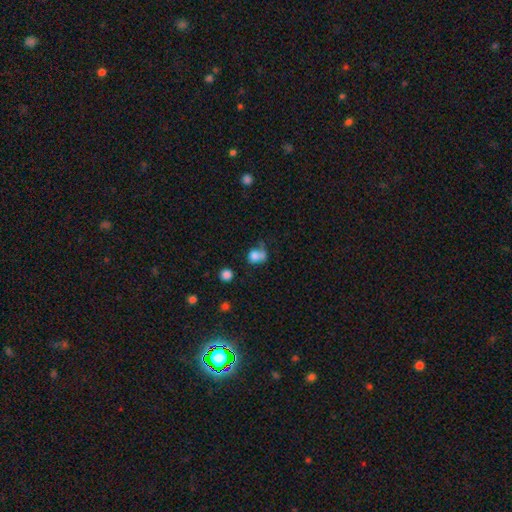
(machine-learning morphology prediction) Overall: smooth (75%). How rounded: round (65%; in between 34%). Merging: merger (37%; none 32%).